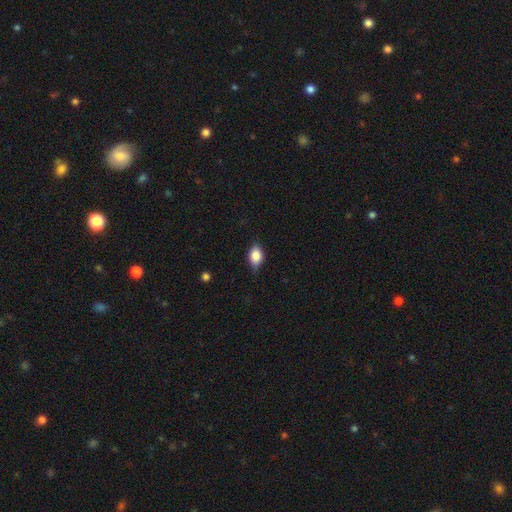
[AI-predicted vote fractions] Smooth or featured? Predicted: smooth (p=0.81). How rounded? Predicted: in between (p=0.80). Merging? Predicted: none (p=0.73).